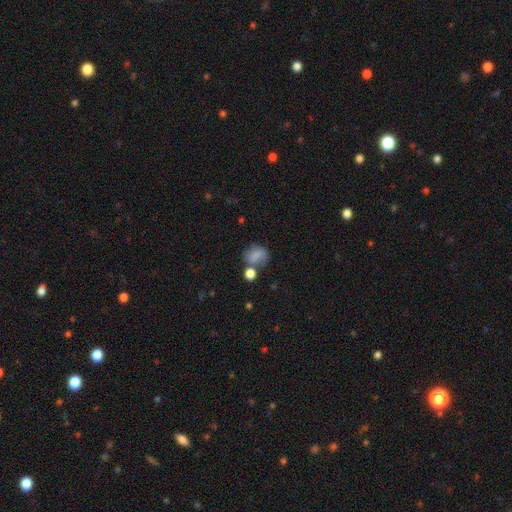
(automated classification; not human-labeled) A smooth galaxy with no disk features (69%) that is in between round and cigar-shaped (51%).

Vote fractions:
- Smooth or featured? smooth: 69% / featured or disk: 18% / star or artifact: 13%
- How rounded? in between: 51% / round: 48% / cigar-shaped: 2%
- Merging? none: 42% / minor disturbance: 22% / merger: 20% / major disturbance: 16%